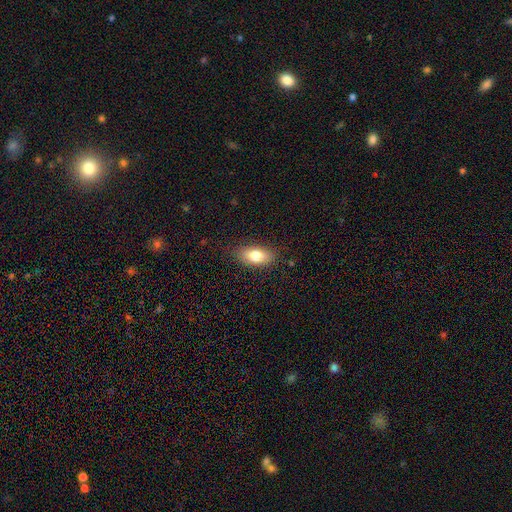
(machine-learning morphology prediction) Smooth or featured?
  - smooth: 79% *
  - featured or disk: 13%
  - star or artifact: 8%
How rounded?
  - in between: 88% *
  - cigar-shaped: 7%
  - round: 5%
Merging?
  - none: 83% *
  - minor disturbance: 13%
  - major disturbance: 3%
  - merger: 1%